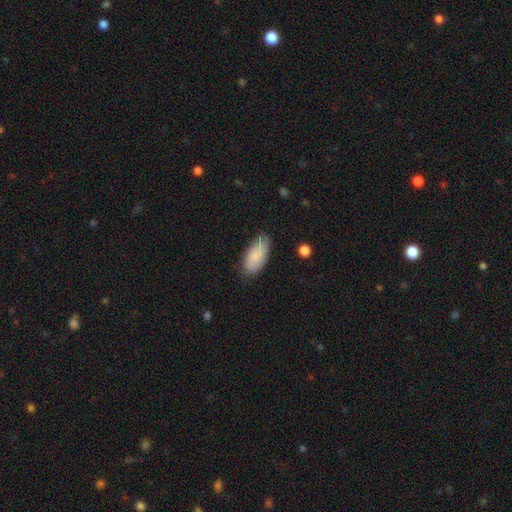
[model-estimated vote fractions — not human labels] This is clearly a smooth galaxy (82%). How rounded: clearly in between (90%). Merging: likely none (77%).